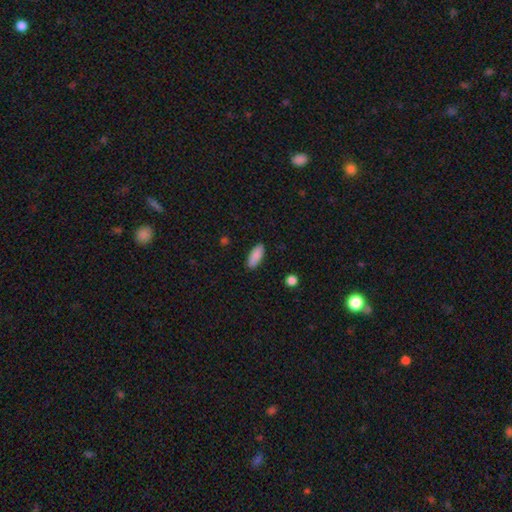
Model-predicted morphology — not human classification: A smooth galaxy with no disk features (89%) that is in between round and cigar-shaped (78%). Merging: none (88%).